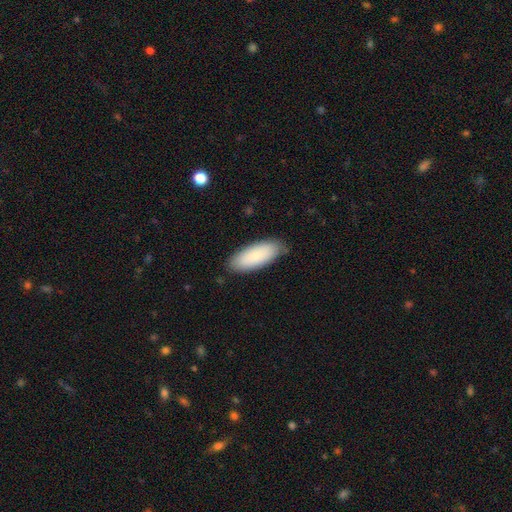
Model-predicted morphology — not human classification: Smooth or featured?
  - smooth: 86% *
  - featured or disk: 8%
  - star or artifact: 6%
How rounded?
  - in between: 78% *
  - cigar-shaped: 20%
  - round: 2%
Merging?
  - none: 82% *
  - minor disturbance: 14%
  - major disturbance: 2%
  - merger: 1%